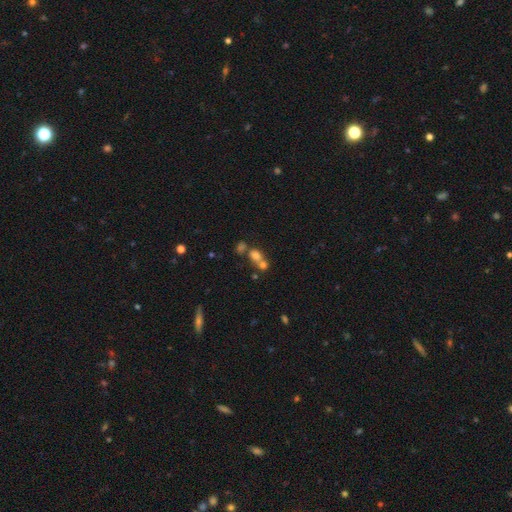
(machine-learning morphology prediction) Smooth or featured?
  - smooth: 69% *
  - star or artifact: 17%
  - featured or disk: 15%
How rounded?
  - round: 49% * (tied)
  - in between: 49% * (tied)
  - cigar-shaped: 3%
Merging?
  - merger: 55% *
  - none: 32%
  - minor disturbance: 8%
  - major disturbance: 6%